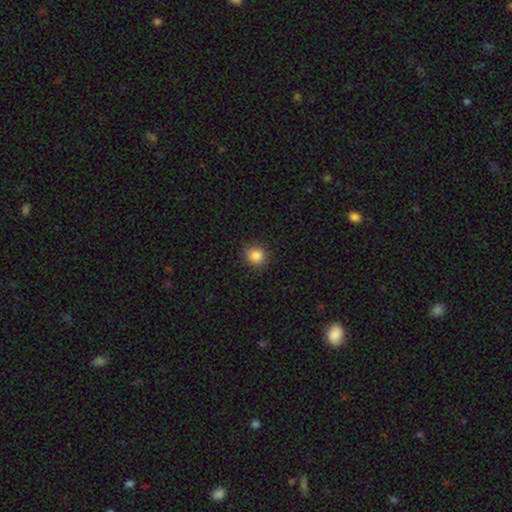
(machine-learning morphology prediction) smooth 85%, star or artifact 11%, featured or disk 4%. Down the decision tree: how rounded — round (90%); merging — none (89%).